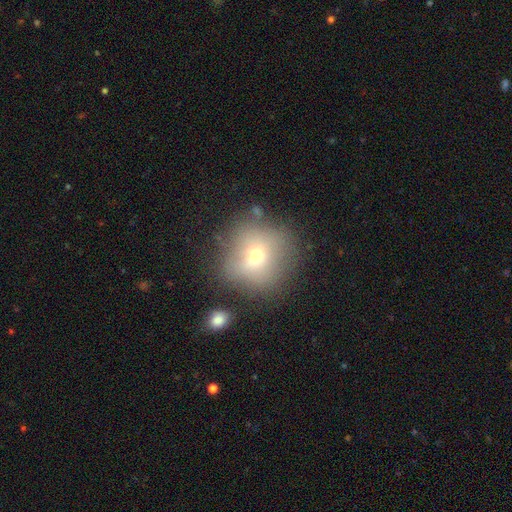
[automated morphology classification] A smooth galaxy with no disk features (59%) that is round (92%). Merging: none (73%).